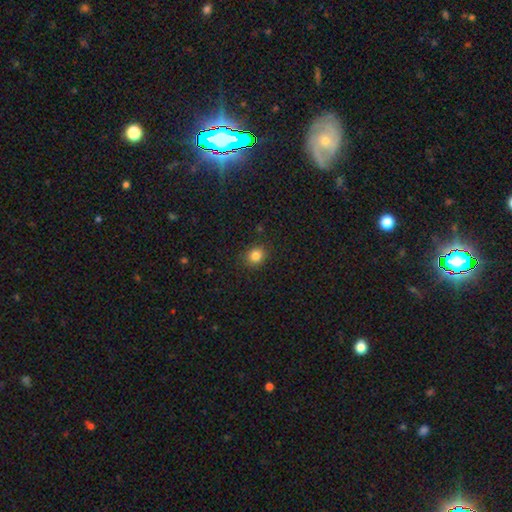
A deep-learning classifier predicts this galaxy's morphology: Smooth or featured?
  - smooth: 83% *
  - star or artifact: 12%
  - featured or disk: 5%
How rounded?
  - round: 79% *
  - in between: 20%
  - cigar-shaped: 1%
Merging?
  - none: 88% *
  - minor disturbance: 8%
  - major disturbance: 2%
  - merger: 1%